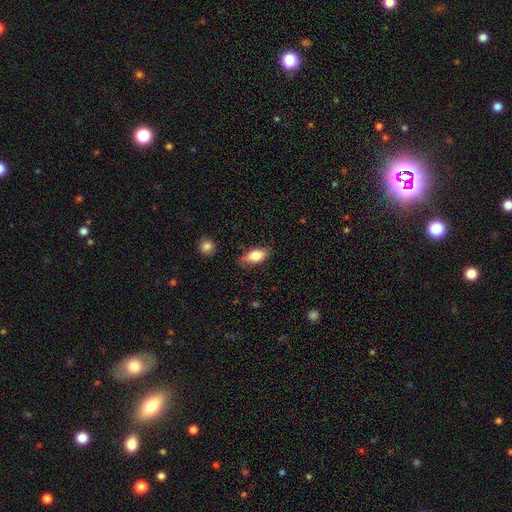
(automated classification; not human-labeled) Overall: smooth (80%). How rounded: in between (88%). Merging: none (77%).